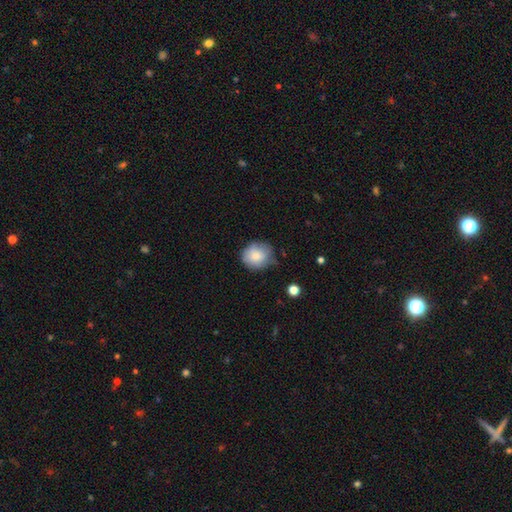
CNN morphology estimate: smooth_or_featured: smooth (p=0.81) [alt: featured or disk p=0.11]
how_rounded: round (p=0.80) [alt: in between p=0.19]
merging: none (p=0.60) [alt: minor disturbance p=0.31]